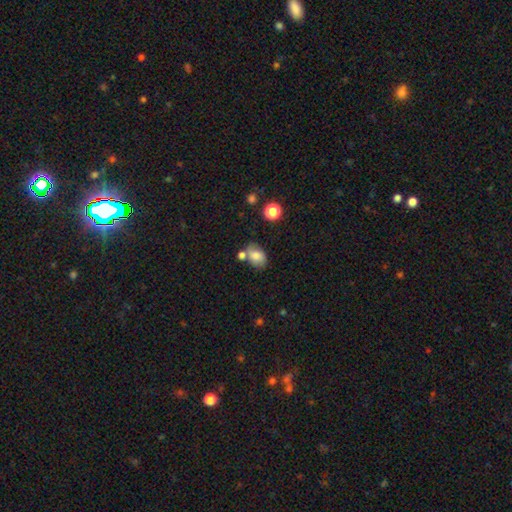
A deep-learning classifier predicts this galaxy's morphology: A smooth galaxy with no disk features (74%) that is in between round and cigar-shaped (80%).

Vote fractions:
- Smooth or featured? smooth: 74% / featured or disk: 17% / star or artifact: 10%
- How rounded? in between: 80% / round: 18% / cigar-shaped: 1%
- Merging? none: 56% / minor disturbance: 20% / merger: 18% / major disturbance: 6%